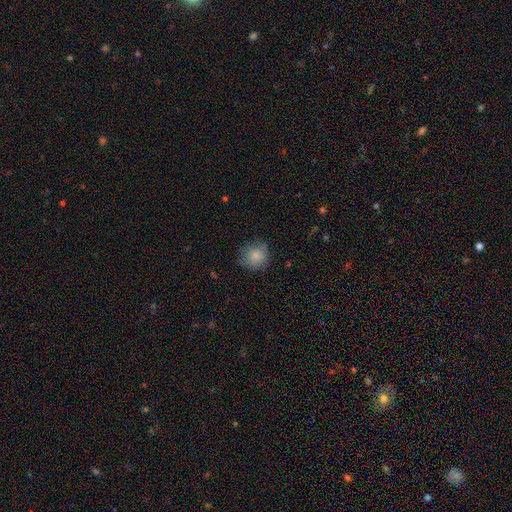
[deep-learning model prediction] Smooth or featured?
  - smooth: 84% *
  - star or artifact: 9%
  - featured or disk: 8%
How rounded?
  - round: 88% *
  - in between: 11%
  - cigar-shaped: 1%
Merging?
  - none: 76% *
  - minor disturbance: 18%
  - major disturbance: 5%
  - merger: 1%